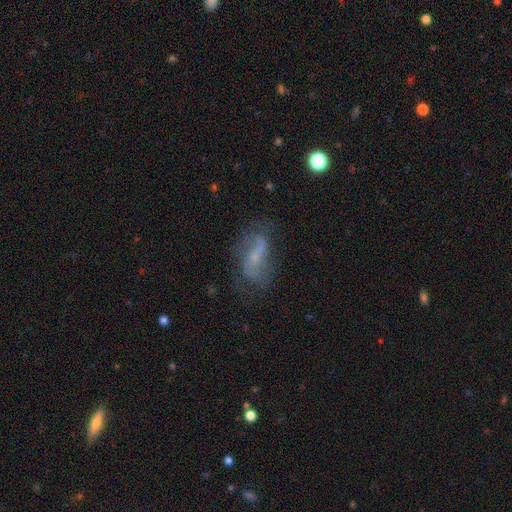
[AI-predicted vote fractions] Smooth or featured? featured or disk (60%)
Edge-on disk? no (93%)
Bar? weak (42%)
Spiral arms? yes (77%)
Bulge size? small (53%)
Merging? none (57%)